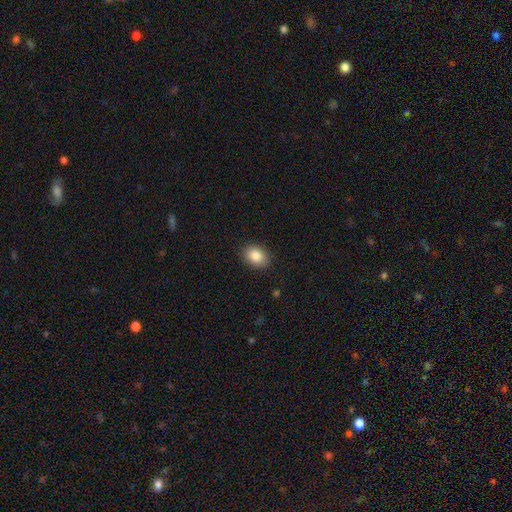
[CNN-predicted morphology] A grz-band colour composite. It shows a smooth galaxy with no disk features (86%) that is in between round and cigar-shaped (76%). Merging: none (88%).